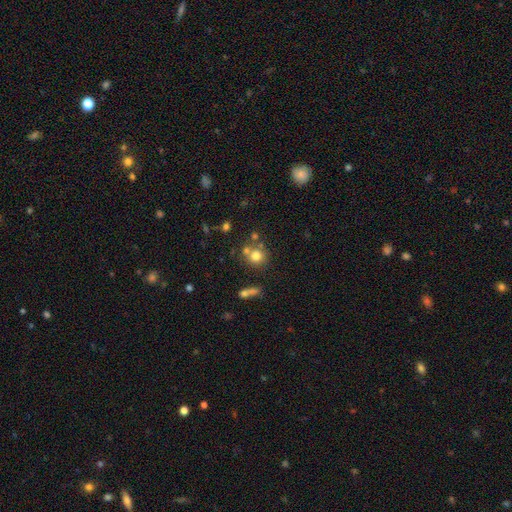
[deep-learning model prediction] Q: Smooth or featured?
A: smooth (74%); runner-up: star or artifact (14%)
Q: How rounded?
A: round (87%); runner-up: in between (12%)
Q: Merging?
A: none (60%); runner-up: merger (25%)